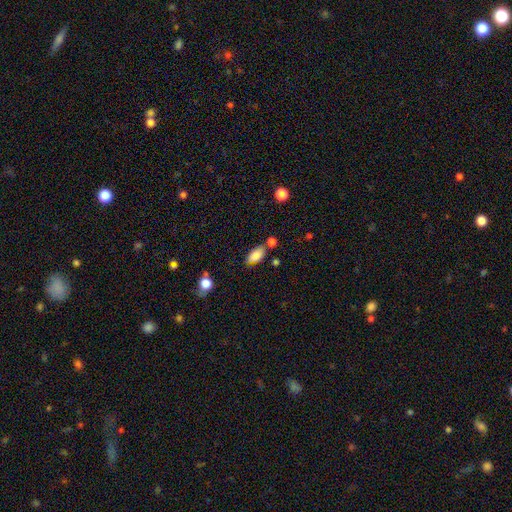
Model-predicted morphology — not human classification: A smooth galaxy with no disk features (85%) that is in between round and cigar-shaped (91%). Merging: none (69%).